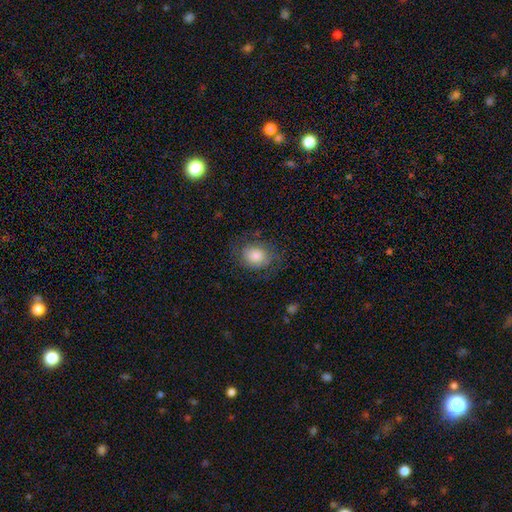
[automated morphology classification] Smooth or featured?
  - smooth: 70% *
  - featured or disk: 22%
  - star or artifact: 9%
How rounded?
  - in between: 50% *
  - round: 49%
  - cigar-shaped: 1%
Merging?
  - none: 70% *
  - minor disturbance: 18%
  - major disturbance: 10%
  - merger: 1%